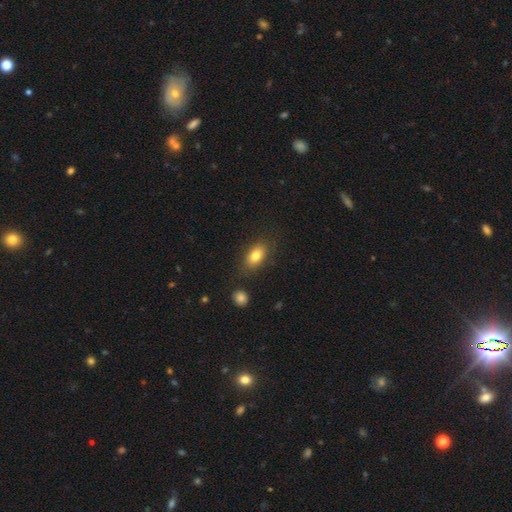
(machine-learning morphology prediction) Q: Smooth or featured?
A: smooth (80%); runner-up: featured or disk (12%)
Q: How rounded?
A: in between (87%); runner-up: round (9%)
Q: Merging?
A: none (80%); runner-up: minor disturbance (13%)